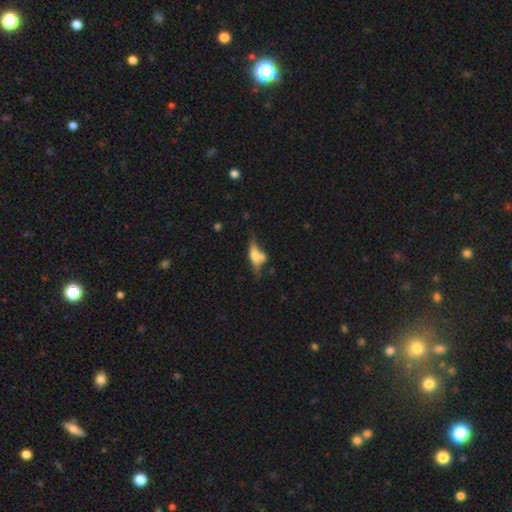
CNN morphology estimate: The model was most divided on "smooth or featured": featured or disk: 48%, smooth: 43%, star or artifact: 9%. Remaining: merging — none (44%).